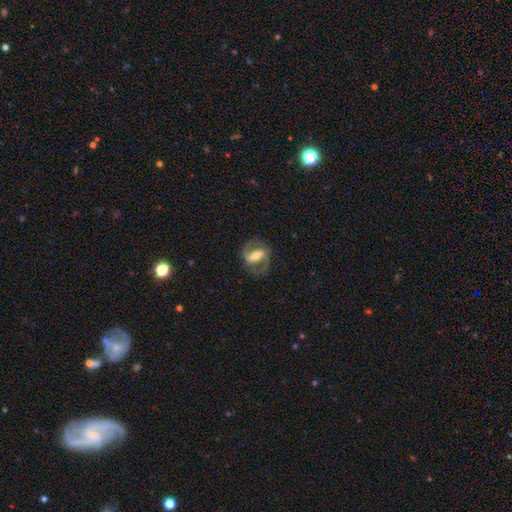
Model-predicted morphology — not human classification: This appears to be a featured or disk galaxy (76%) with a strong bar (55%), 2 (87%) medium (51%) spiral arms (85%) and a moderate central bulge (55%). Merging: none (73%).